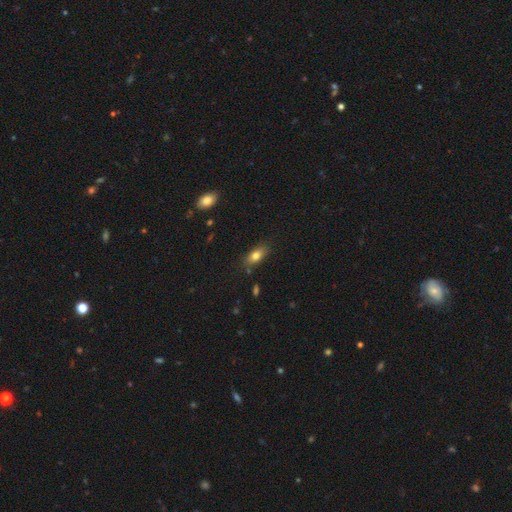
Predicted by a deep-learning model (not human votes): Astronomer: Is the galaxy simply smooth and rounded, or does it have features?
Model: smooth — 78%.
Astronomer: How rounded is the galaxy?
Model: in between — 81%.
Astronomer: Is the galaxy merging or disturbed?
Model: none — 79%.